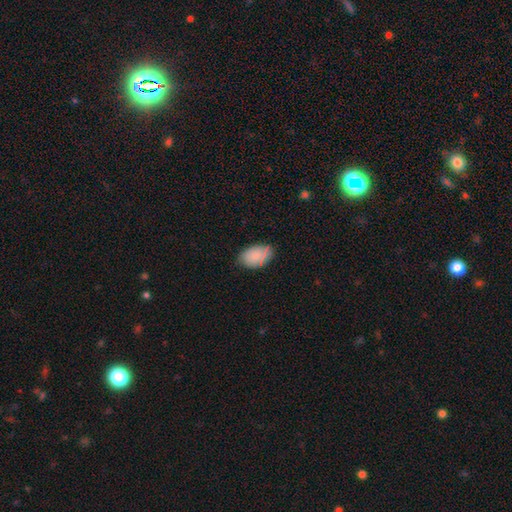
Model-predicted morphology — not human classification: Smooth or featured: smooth — 83% (featured or disk — 10%)
How rounded: in between — 91% (round — 7%)
Merging: none — 73% (minor disturbance — 21%)